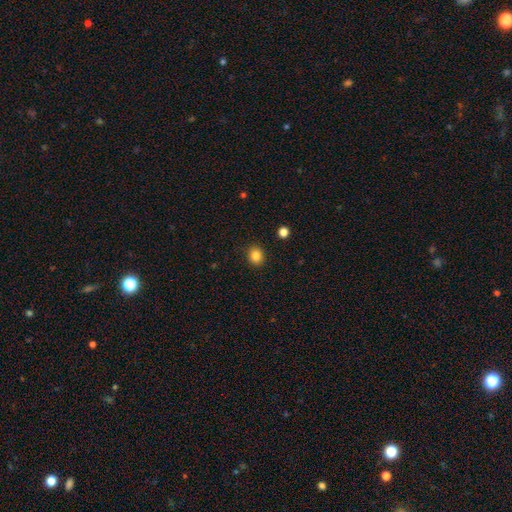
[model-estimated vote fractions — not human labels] smooth_or_featured: smooth (p=0.85) [alt: star or artifact p=0.11]
how_rounded: round (p=0.74) [alt: in between p=0.25]
merging: none (p=0.91) [alt: minor disturbance p=0.06]